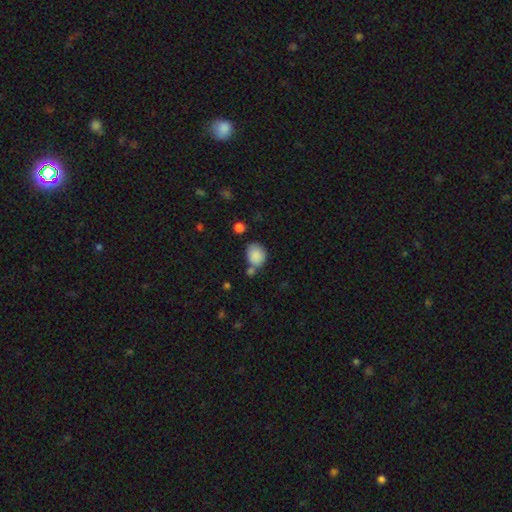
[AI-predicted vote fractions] Q: Smooth or featured?
A: smooth (86%); runner-up: star or artifact (8%)
Q: How rounded?
A: round (55%); runner-up: in between (44%)
Q: Merging?
A: none (54%); runner-up: minor disturbance (20%)